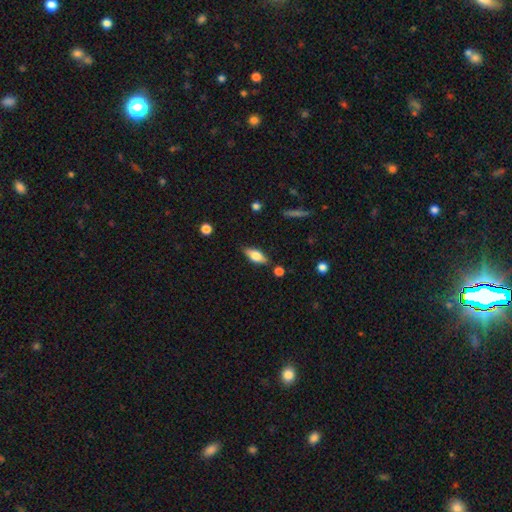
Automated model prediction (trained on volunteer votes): Smooth or featured?
  - smooth: 63% *
  - featured or disk: 29%
  - star or artifact: 7%
How rounded?
  - in between: 78% *
  - cigar-shaped: 19%
  - round: 3%
Merging?
  - none: 81% *
  - minor disturbance: 13%
  - merger: 3%
  - major disturbance: 3%